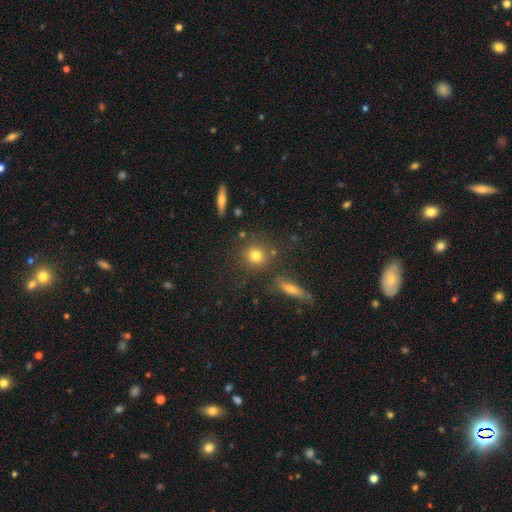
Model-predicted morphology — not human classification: Smooth or featured?
  - smooth: 76% *
  - star or artifact: 13%
  - featured or disk: 12%
How rounded?
  - round: 83% *
  - in between: 15%
  - cigar-shaped: 3%
Merging?
  - none: 77% *
  - minor disturbance: 10%
  - merger: 9%
  - major disturbance: 4%